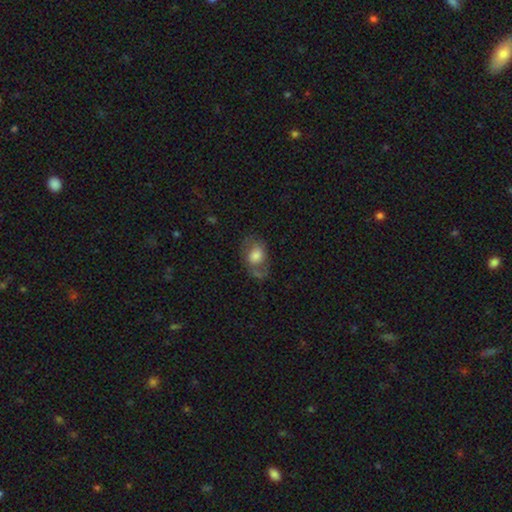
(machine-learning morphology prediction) type=smooth (55%); roundness=in between (66%); merging=none (52%).